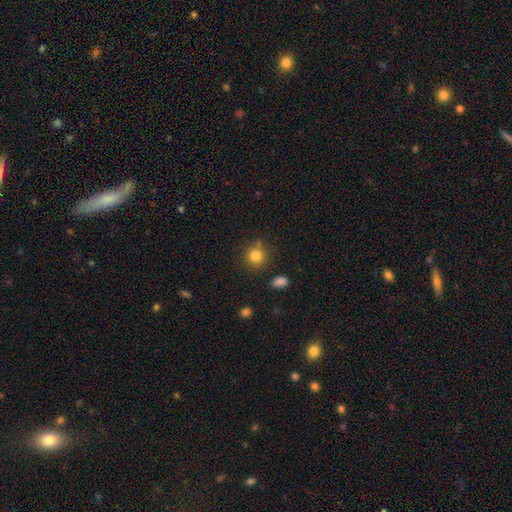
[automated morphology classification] This is clearly a smooth galaxy (83%). How rounded: clearly round (89%). Merging: likely none (78%).